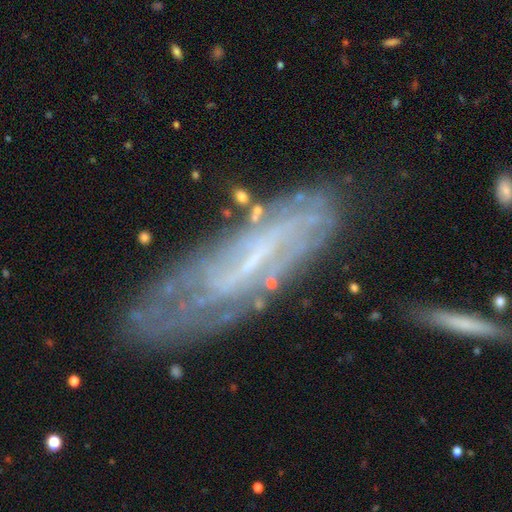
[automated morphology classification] Q: Smooth or featured?
A: featured or disk (68%); runner-up: smooth (23%)
Q: Edge-on disk?
A: no (72%); runner-up: yes (28%)
Q: Merging?
A: none (62%); runner-up: minor disturbance (22%)